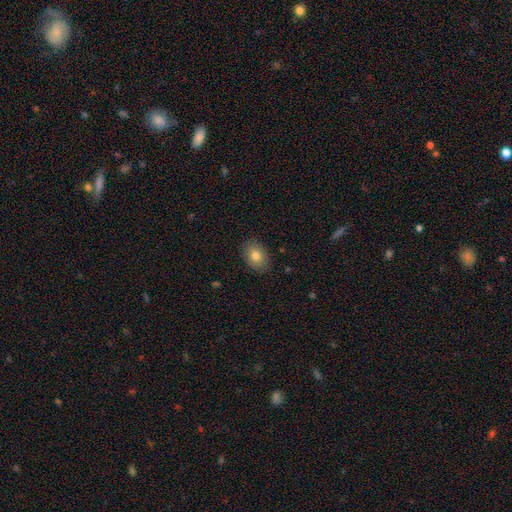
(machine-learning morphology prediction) Smooth or featured: smooth — 79% (featured or disk — 12%)
How rounded: in between — 75% (round — 24%)
Merging: none — 87% (minor disturbance — 10%)